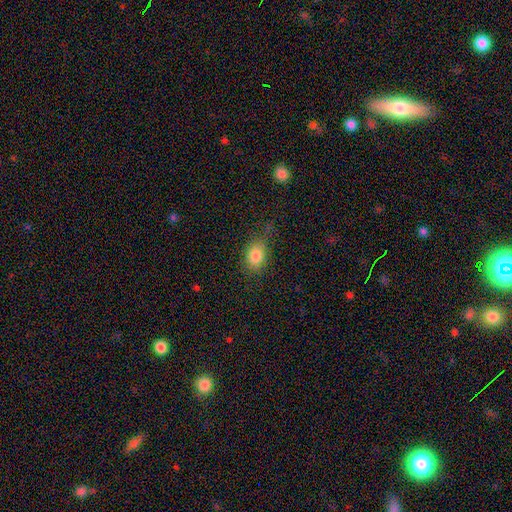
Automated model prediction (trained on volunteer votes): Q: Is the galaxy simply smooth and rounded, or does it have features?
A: smooth — 83%.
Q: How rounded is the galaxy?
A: in between — 69%.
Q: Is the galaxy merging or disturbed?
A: none — 70%.